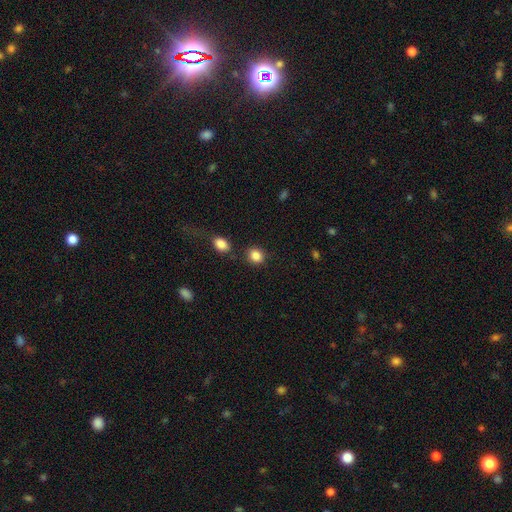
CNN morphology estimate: Overall: smooth (86%). How rounded: round (68%; in between 31%). Merging: none (81%).